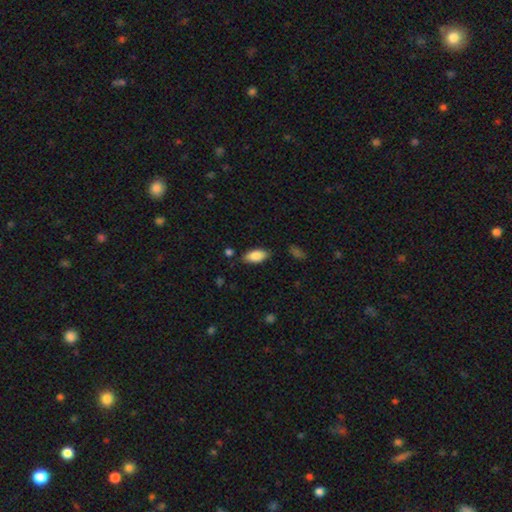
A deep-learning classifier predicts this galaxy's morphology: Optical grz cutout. It shows a smooth galaxy with no disk features (85%) that is in between round and cigar-shaped (90%). Merging: none (82%).